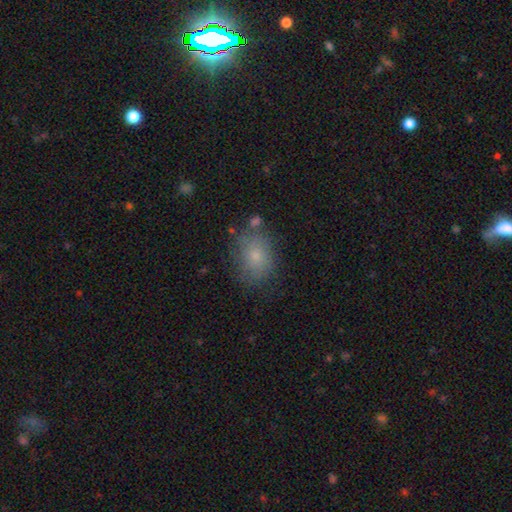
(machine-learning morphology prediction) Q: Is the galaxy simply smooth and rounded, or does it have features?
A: smooth — 74%.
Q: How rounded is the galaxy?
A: in between — 68%.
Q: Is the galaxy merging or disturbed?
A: none — 67%.